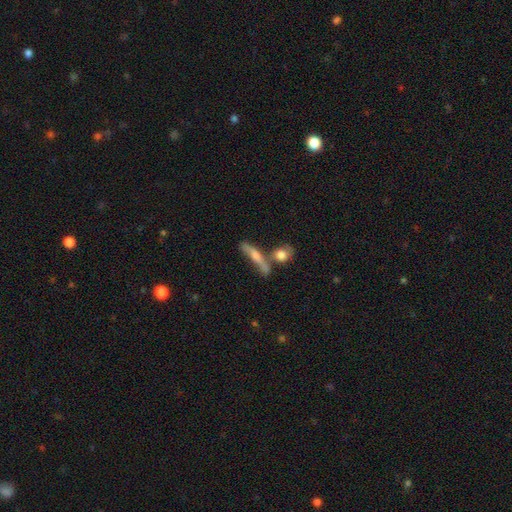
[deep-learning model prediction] The model was most divided on "smooth or featured": featured or disk: 50%, smooth: 41%, star or artifact: 10%. More confident: merging — none (51%).